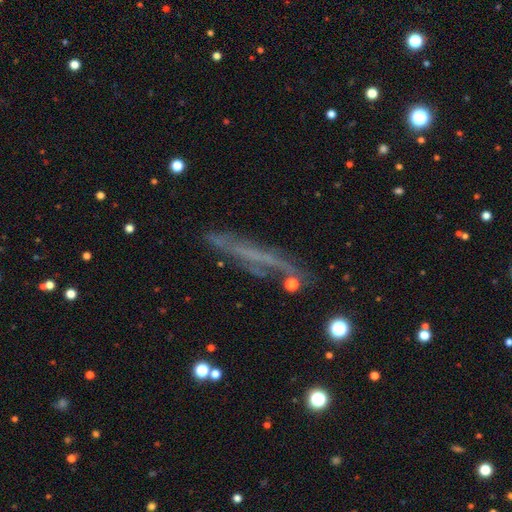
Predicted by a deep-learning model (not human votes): smooth-or-featured: featured or disk: 50% | smooth: 37% | star or artifact: 14%
  merging: none: 74% | minor disturbance: 17% | major disturbance: 5% | merger: 3%